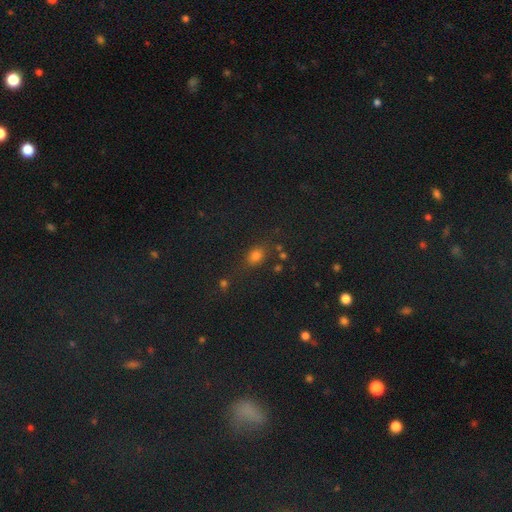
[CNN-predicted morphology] The model was most divided on "how rounded": in between: 55%, round: 42%, cigar-shaped: 3%. More confident: merging — none (74%); smooth or featured — smooth (67%).